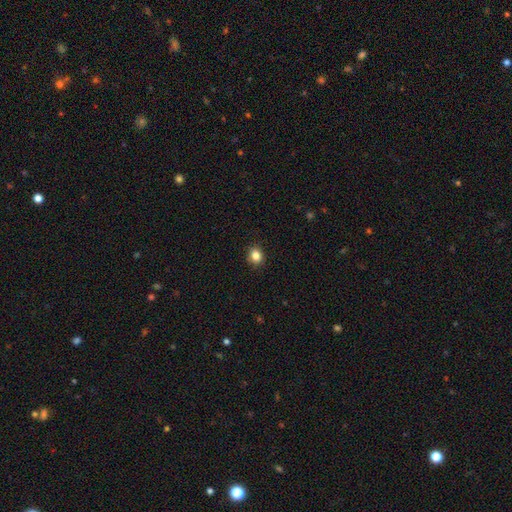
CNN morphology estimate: A smooth galaxy with no disk features (85%) that is round (69%). Merging: none (91%).